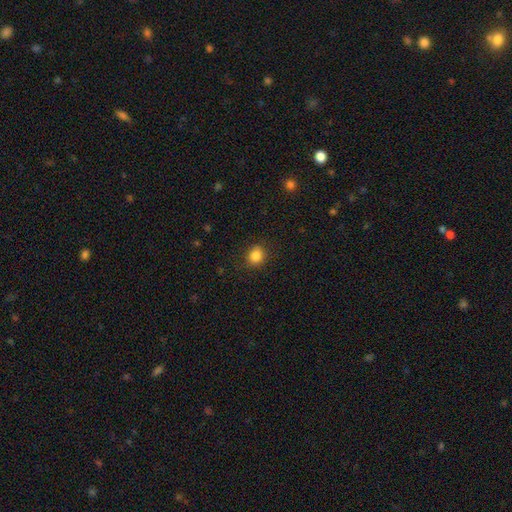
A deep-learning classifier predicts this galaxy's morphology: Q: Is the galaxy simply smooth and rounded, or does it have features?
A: smooth — 85%.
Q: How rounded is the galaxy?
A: round — 75%.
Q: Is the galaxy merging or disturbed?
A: none — 88%.